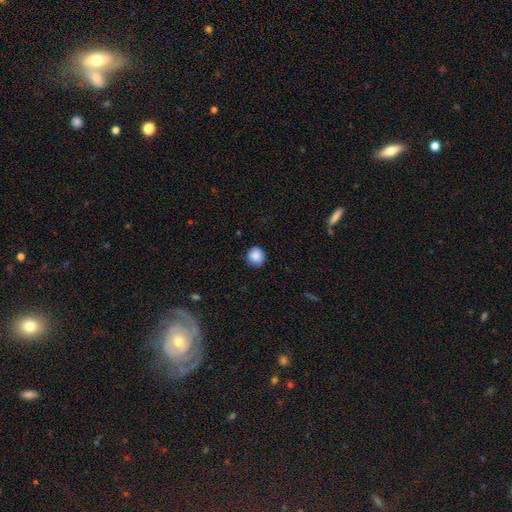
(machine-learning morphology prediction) Overall: smooth (88%). How rounded: round (92%). Merging: none (86%).